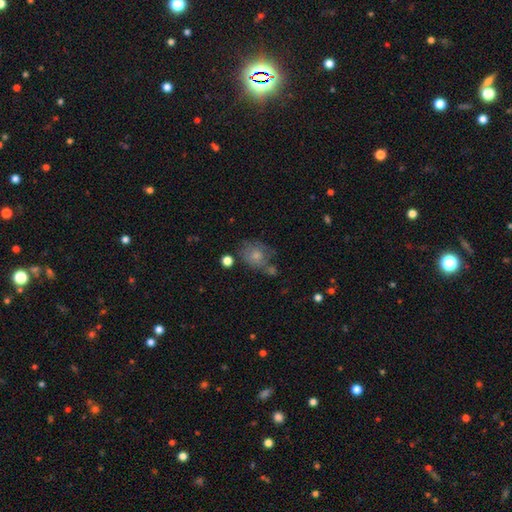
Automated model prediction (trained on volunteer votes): Smooth or featured: smooth — 68% (featured or disk — 22%)
How rounded: round — 52% (in between — 46%)
Merging: none — 43% (minor disturbance — 25%)